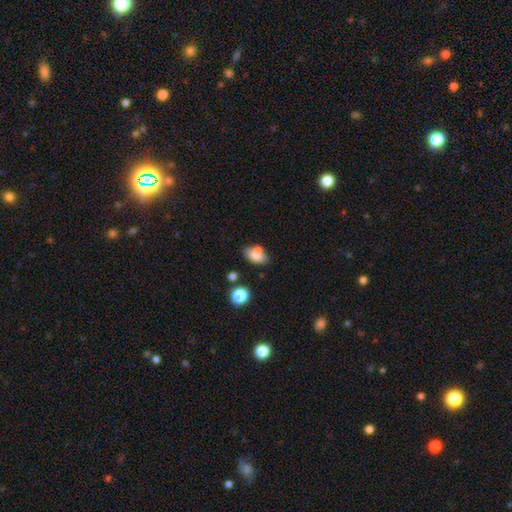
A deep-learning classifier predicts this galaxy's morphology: smooth_or_featured: smooth (p=0.76) [alt: featured or disk p=0.15]
how_rounded: in between (p=0.86) [alt: round p=0.11]
merging: none (p=0.52) [alt: merger p=0.23]